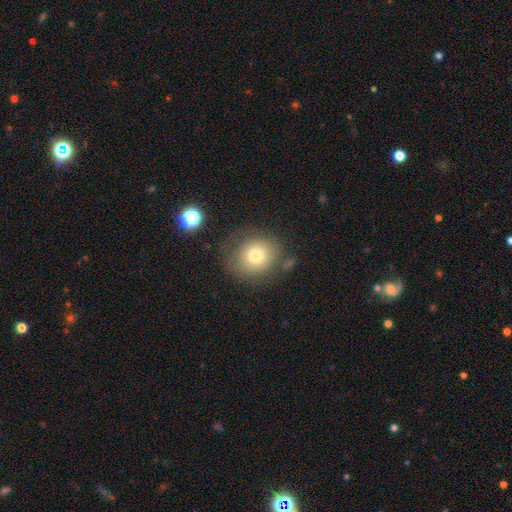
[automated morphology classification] Smooth or featured: smooth — 75% (featured or disk — 14%)
How rounded: round — 79% (in between — 21%)
Merging: none — 71% (minor disturbance — 16%)